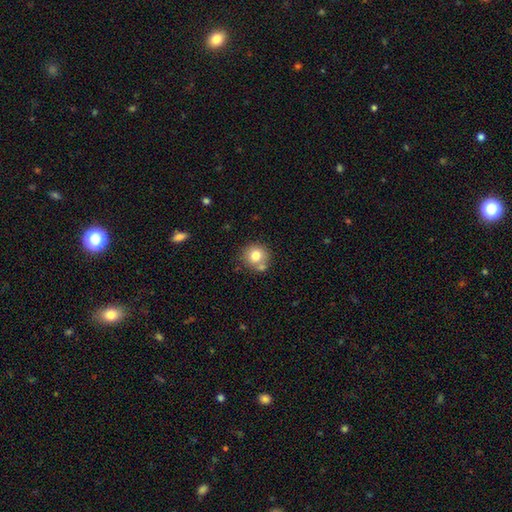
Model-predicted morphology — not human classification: type=smooth (77%); roundness=round (88%); merging=none (65%).